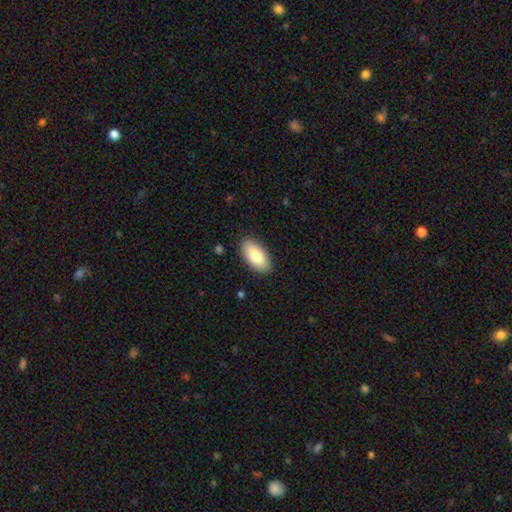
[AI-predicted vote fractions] A smooth galaxy with no disk features (80%) that is in between round and cigar-shaped (94%). Merging: none (88%).